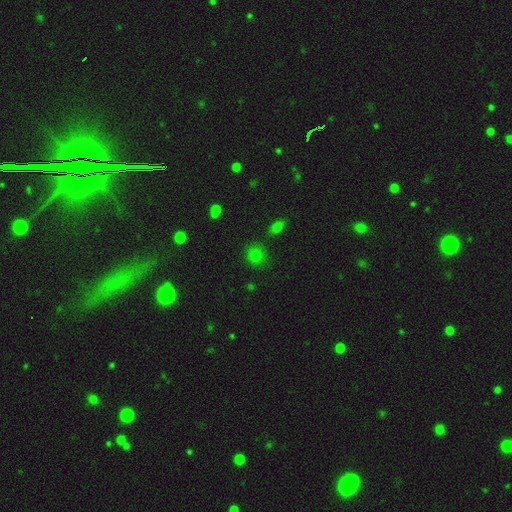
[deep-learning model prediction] Smooth or featured?
  - smooth: 74% *
  - star or artifact: 19%
  - featured or disk: 7%
How rounded?
  - round: 81% *
  - in between: 18%
  - cigar-shaped: 1%
Merging?
  - none: 80% *
  - minor disturbance: 11%
  - merger: 5%
  - major disturbance: 3%